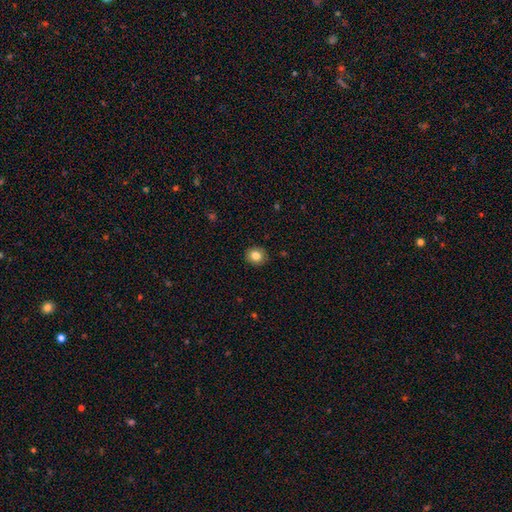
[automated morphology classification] This is clearly a smooth galaxy (83%). How rounded: likely round (80%). Merging: clearly none (90%).